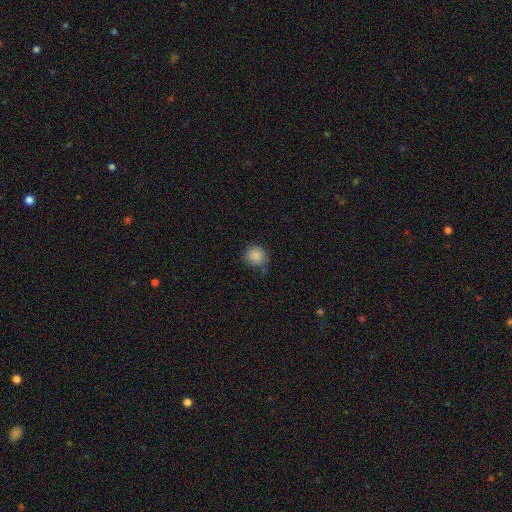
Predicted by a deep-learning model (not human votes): smooth-or-featured: smooth: 87% | star or artifact: 10% | featured or disk: 4%
  how-rounded: round: 87% | in between: 12% | cigar-shaped: 1%
  merging: none: 66% | minor disturbance: 25% | major disturbance: 5% | merger: 3%